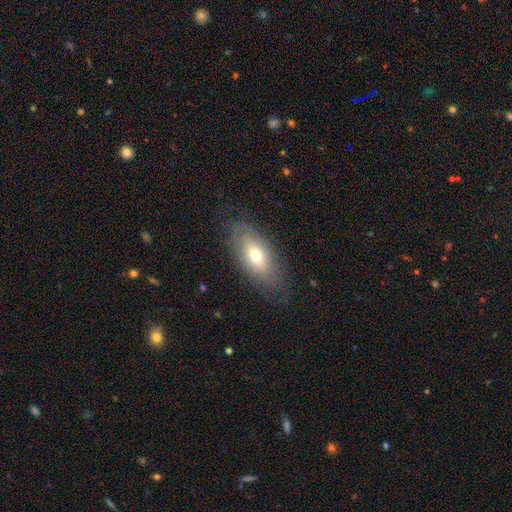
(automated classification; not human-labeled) smooth_or_featured: smooth (p=0.63) [alt: featured or disk p=0.29]
how_rounded: in between (p=0.84) [alt: cigar-shaped p=0.12]
merging: none (p=0.75) [alt: minor disturbance p=0.17]